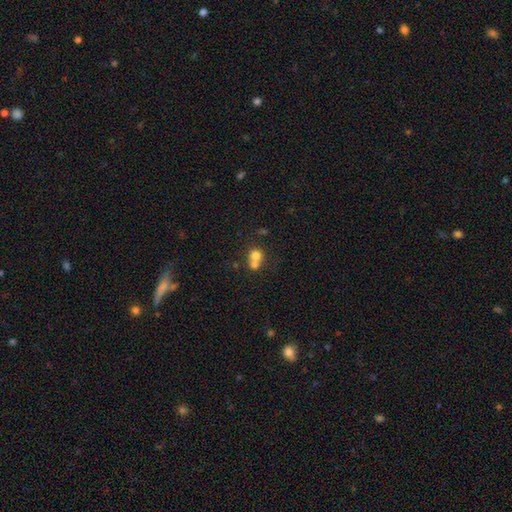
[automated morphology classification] smooth 73%, featured or disk 15%, star or artifact 12%. Down the decision tree: how rounded — round (80%); merging — merger (60%).